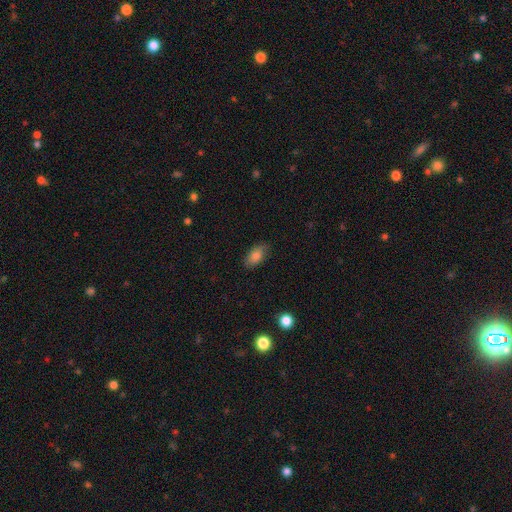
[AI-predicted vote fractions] Smooth or featured? Predicted: smooth (p=0.83). How rounded? Predicted: in between (p=0.91). Merging? Predicted: none (p=0.82).